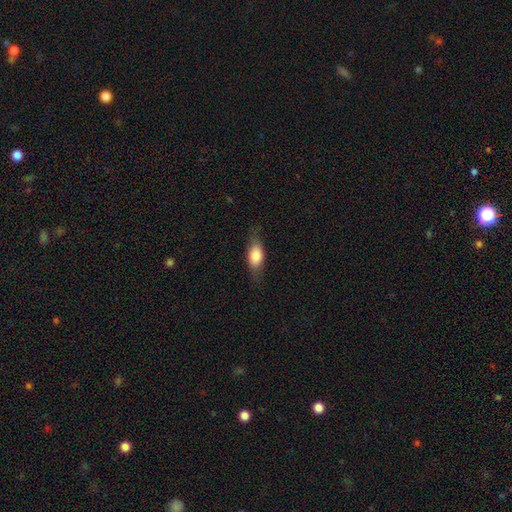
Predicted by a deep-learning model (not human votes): Smooth or featured: smooth — 73% (featured or disk — 20%)
How rounded: in between — 78% (cigar-shaped — 15%)
Merging: none — 74% (minor disturbance — 19%)